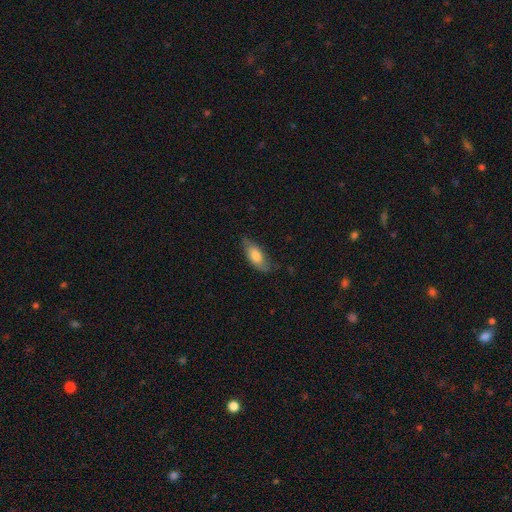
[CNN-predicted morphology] Overall: smooth (72%). How rounded: in between (79%). Merging: none (67%).